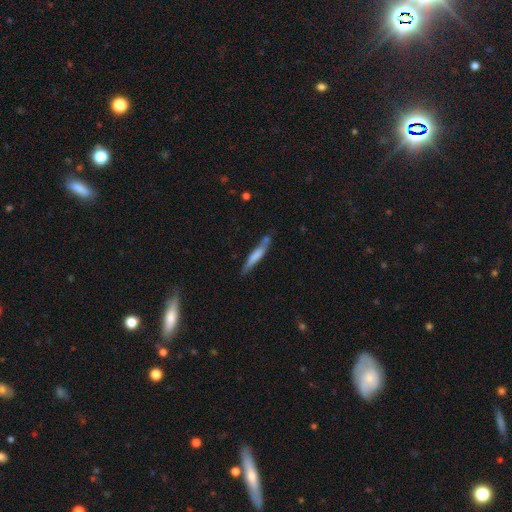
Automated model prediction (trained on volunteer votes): A smooth galaxy with no disk features (65%) that is cigar-shaped (93%). Merging: none (70%).